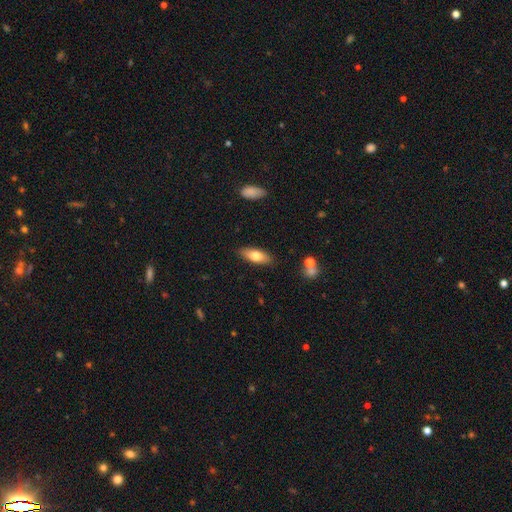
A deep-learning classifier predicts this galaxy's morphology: Smooth or featured?
  - smooth: 73% *
  - featured or disk: 20%
  - star or artifact: 6%
How rounded?
  - in between: 74% *
  - cigar-shaped: 23%
  - round: 3%
Merging?
  - none: 87% *
  - minor disturbance: 10%
  - major disturbance: 2%
  - merger: 1%